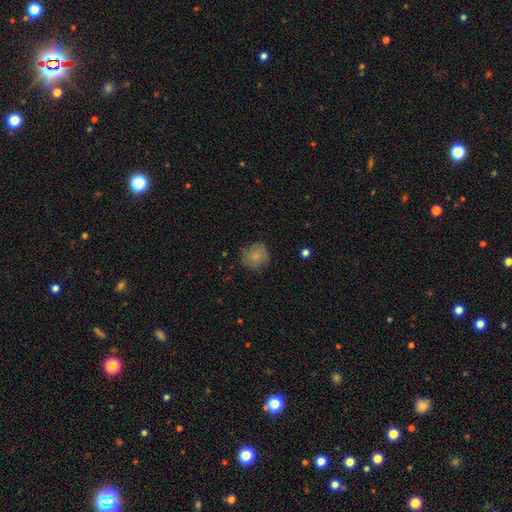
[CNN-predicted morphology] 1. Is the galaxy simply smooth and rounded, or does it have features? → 74% smooth, 17% featured or disk, 9% star or artifact.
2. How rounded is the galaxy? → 87% round, 12% in between, 1% cigar-shaped.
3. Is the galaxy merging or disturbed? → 69% none, 23% minor disturbance, 6% major disturbance, 2% merger.